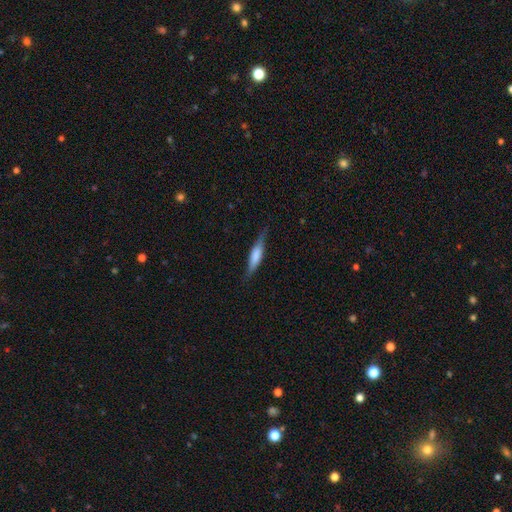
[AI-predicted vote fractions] This is possibly a smooth galaxy (55%). How rounded: likely cigar-shaped (73%). Merging: likely none (75%).